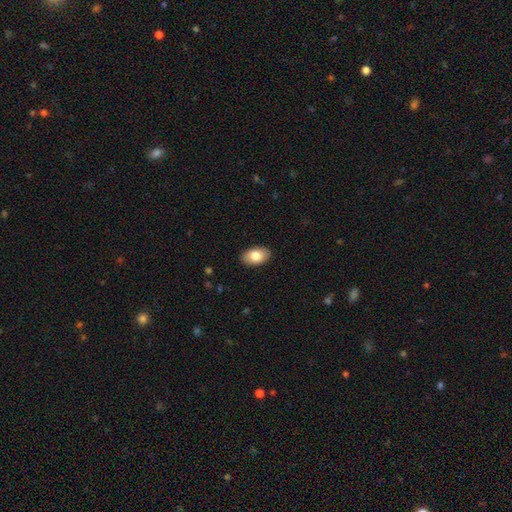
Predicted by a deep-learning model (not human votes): Morphology: type=smooth (83%); roundness=in between (92%); merging=none (89%).